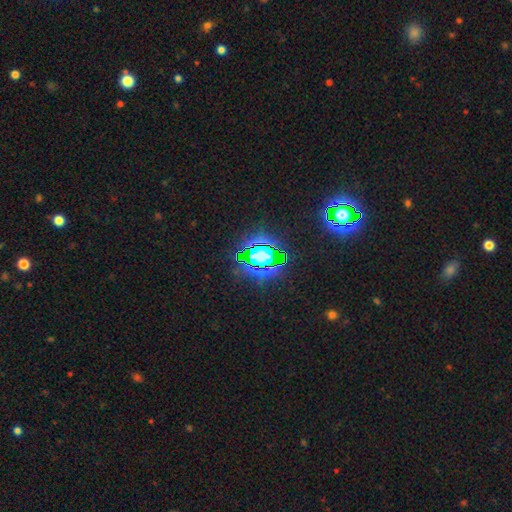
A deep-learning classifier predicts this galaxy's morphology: star or artifact 82%, smooth 11%, featured or disk 7%.